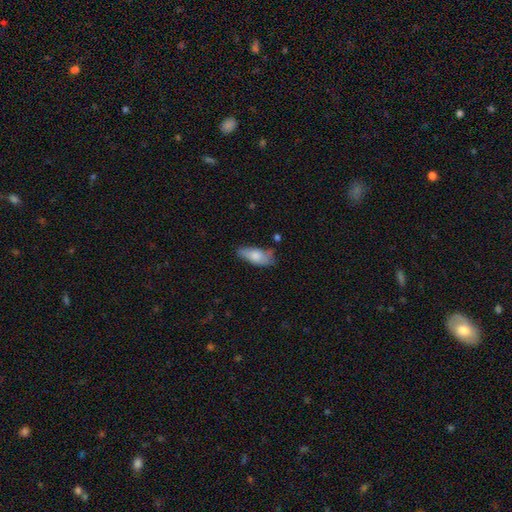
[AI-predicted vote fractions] smooth_or_featured: smooth (p=0.75) [alt: featured or disk p=0.19]
how_rounded: in between (p=0.80) [alt: cigar-shaped p=0.18]
merging: none (p=0.56) [alt: minor disturbance p=0.30]